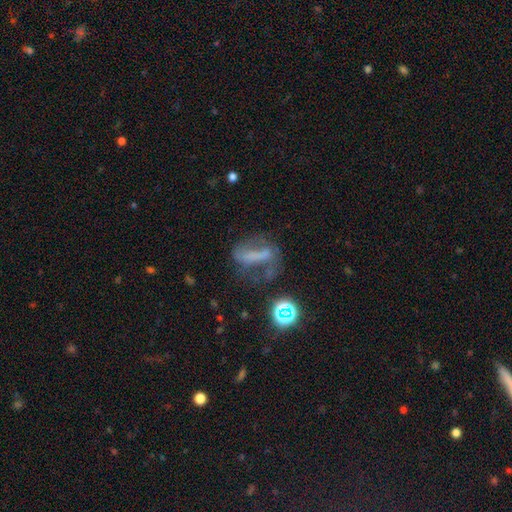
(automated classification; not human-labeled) Smooth or featured? Predicted: featured or disk (p=0.47). Merging? Predicted: none (p=0.43).